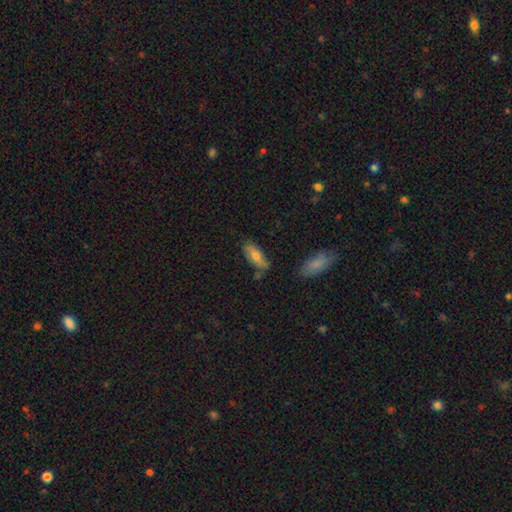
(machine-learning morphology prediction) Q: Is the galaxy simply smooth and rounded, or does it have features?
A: smooth — 65%.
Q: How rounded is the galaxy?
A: in between — 69%.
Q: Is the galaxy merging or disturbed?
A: none — 72%.